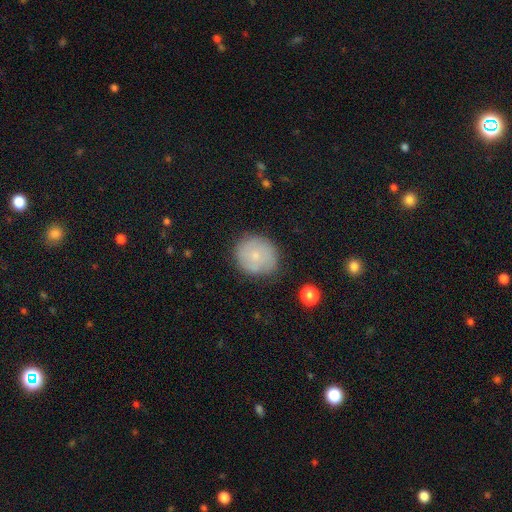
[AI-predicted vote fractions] Smooth or featured? smooth (66%)
How rounded? round (84%)
Merging? none (75%)